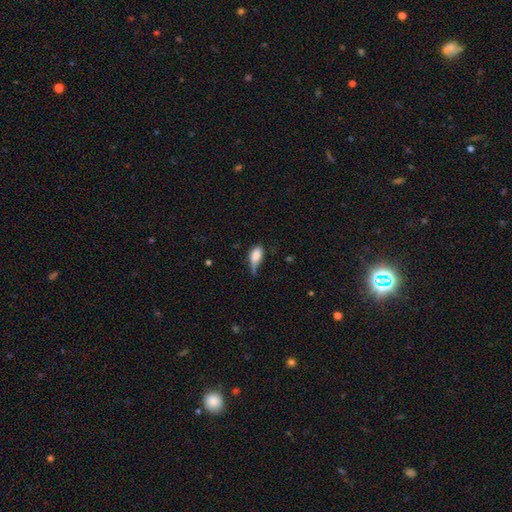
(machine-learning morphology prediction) This appears to be a smooth galaxy with no disk features (79%) that is in between round and cigar-shaped (85%). Merging: minor disturbance (40%).